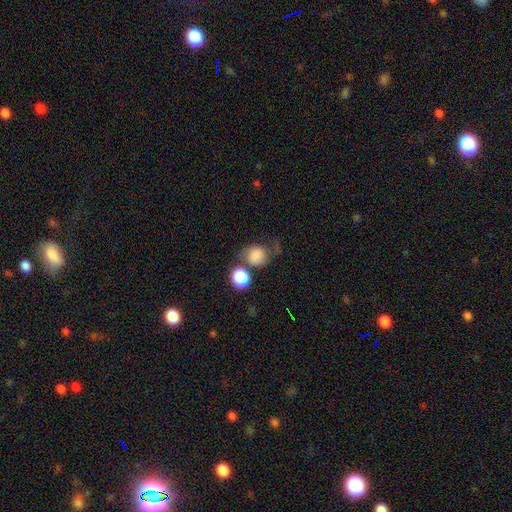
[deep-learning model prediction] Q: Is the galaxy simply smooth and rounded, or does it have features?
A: smooth — 78%.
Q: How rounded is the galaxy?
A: round — 72%.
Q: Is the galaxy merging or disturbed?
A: none — 47%.